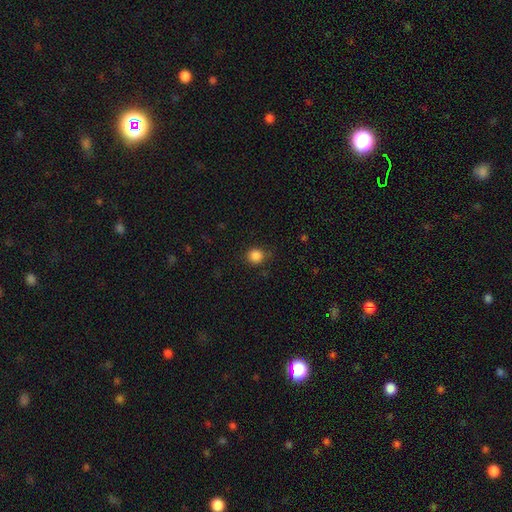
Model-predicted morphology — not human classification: smooth-or-featured: smooth: 86% | star or artifact: 11% | featured or disk: 3%
  how-rounded: round: 90% | in between: 9% | cigar-shaped: 1%
  merging: none: 83% | minor disturbance: 12% | major disturbance: 3% | merger: 1%